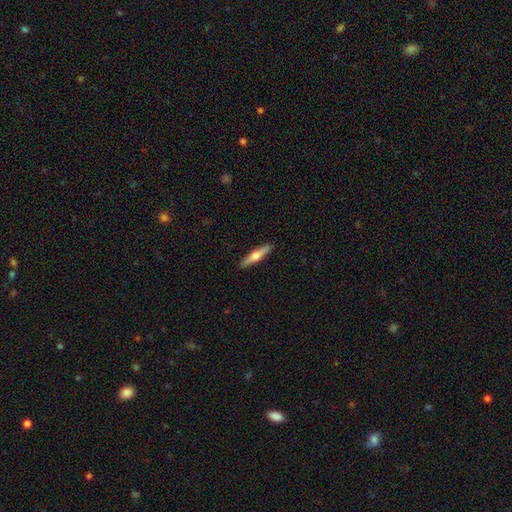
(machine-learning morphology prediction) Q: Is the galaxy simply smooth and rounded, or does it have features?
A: smooth — 48%.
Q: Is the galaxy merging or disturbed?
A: none — 91%.